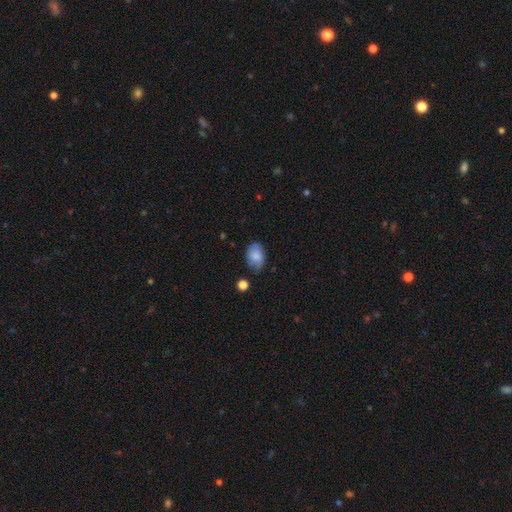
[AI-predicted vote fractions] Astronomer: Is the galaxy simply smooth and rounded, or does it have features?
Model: smooth — 76%.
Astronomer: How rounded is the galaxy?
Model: in between — 85%.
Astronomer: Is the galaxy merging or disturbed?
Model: none — 67%.